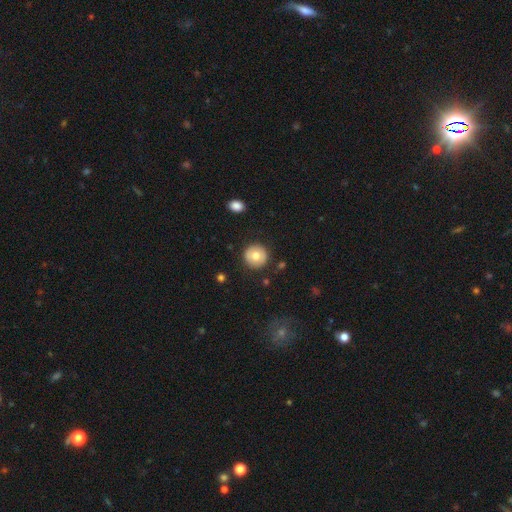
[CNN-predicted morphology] This appears to be a smooth galaxy with no disk features (72%) that is round (95%). Merging: none (89%).